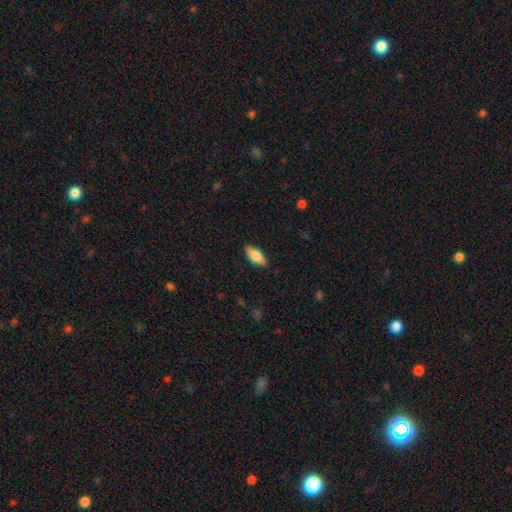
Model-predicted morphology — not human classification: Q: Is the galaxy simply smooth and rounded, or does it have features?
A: smooth — 73%.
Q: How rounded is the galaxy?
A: in between — 74%.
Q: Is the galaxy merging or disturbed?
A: none — 88%.